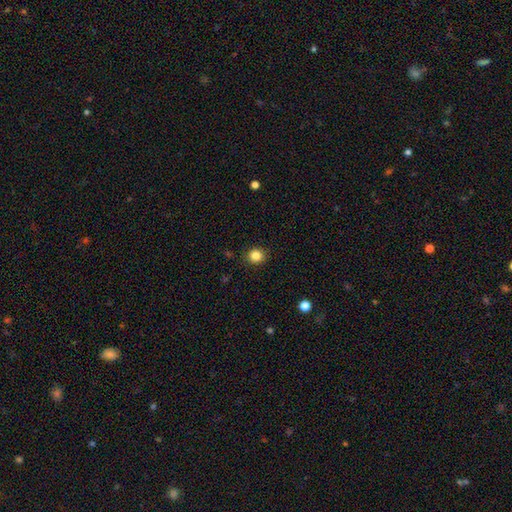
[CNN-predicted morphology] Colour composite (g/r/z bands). It shows a smooth galaxy with no disk features (85%) that is round (89%). Merging: none (91%).